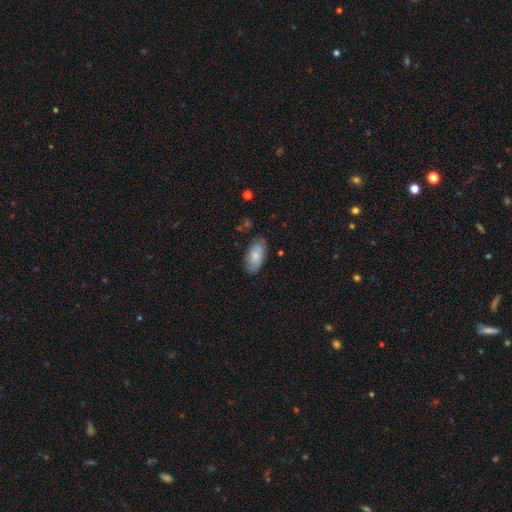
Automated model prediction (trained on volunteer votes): smooth-or-featured: smooth: 78% | featured or disk: 16% | star or artifact: 6%
  how-rounded: in between: 94% | cigar-shaped: 4% | round: 3%
  merging: none: 79% | minor disturbance: 16% | major disturbance: 3% | merger: 2%